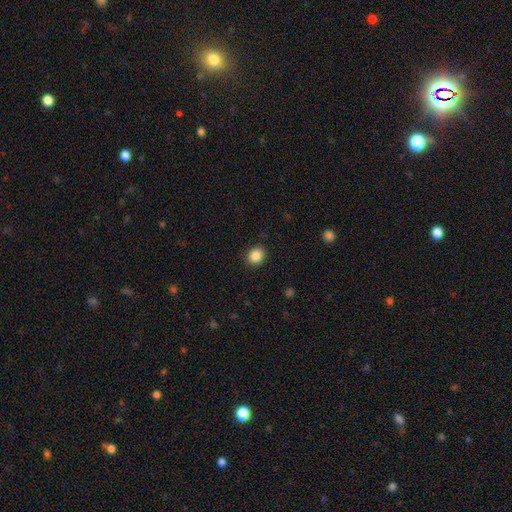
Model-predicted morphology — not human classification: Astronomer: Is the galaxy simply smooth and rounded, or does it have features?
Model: smooth — 86%.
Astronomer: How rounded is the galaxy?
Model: round — 75%.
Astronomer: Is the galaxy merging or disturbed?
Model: none — 90%.